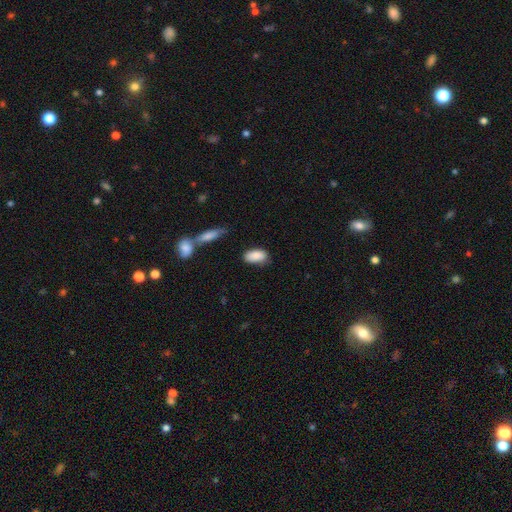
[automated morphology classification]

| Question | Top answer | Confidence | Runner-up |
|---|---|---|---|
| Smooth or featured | smooth | 88% | star or artifact (6%) |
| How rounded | in between | 92% | cigar-shaped (5%) |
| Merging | none | 75% | minor disturbance (17%) |